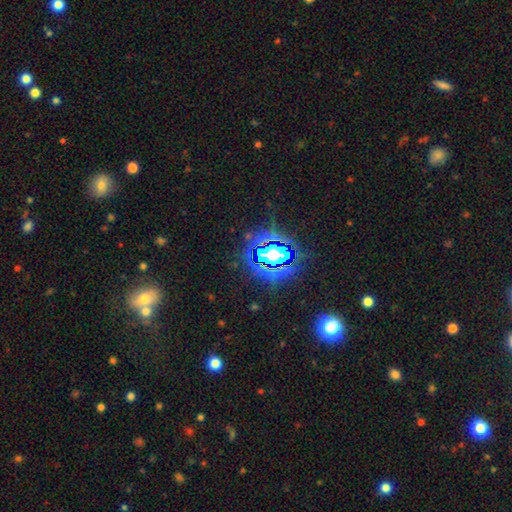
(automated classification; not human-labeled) Smooth or featured?
  - star or artifact: 80% *
  - smooth: 12%
  - featured or disk: 8%